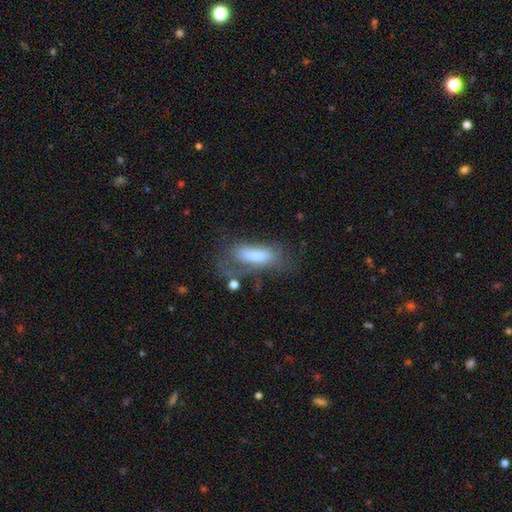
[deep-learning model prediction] smooth_or_featured: smooth (p=0.64) [alt: featured or disk p=0.28]
how_rounded: in between (p=0.63) [alt: cigar-shaped p=0.34]
merging: major disturbance (p=0.35) [alt: none p=0.34]